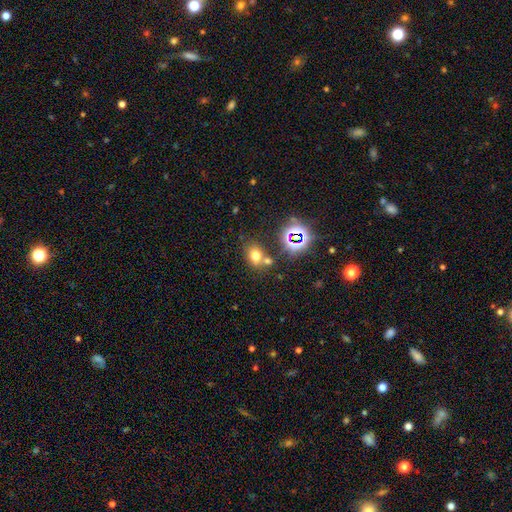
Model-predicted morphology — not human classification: This is likely a smooth galaxy (66%). How rounded: possibly in between (54%). Merging: possibly none (60%).